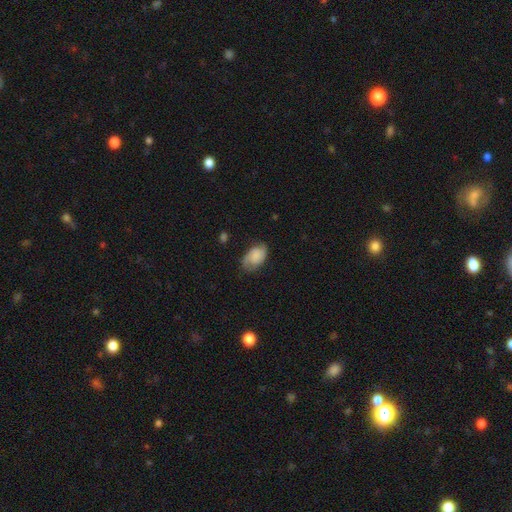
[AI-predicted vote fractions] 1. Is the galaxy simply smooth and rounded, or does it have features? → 57% smooth, 34% featured or disk, 9% star or artifact.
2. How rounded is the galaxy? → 90% in between, 9% round, 1% cigar-shaped.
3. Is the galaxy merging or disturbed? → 65% none, 26% minor disturbance, 8% major disturbance, 2% merger.